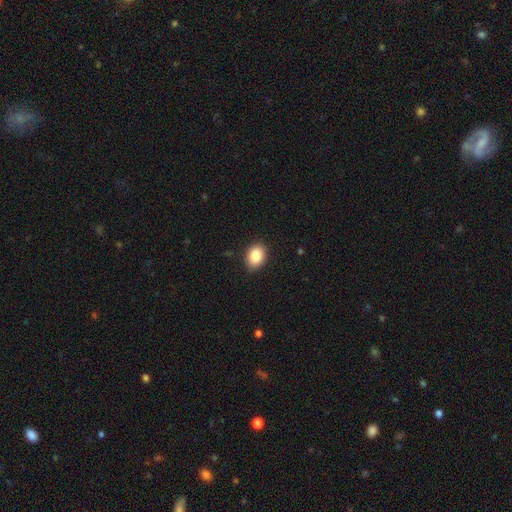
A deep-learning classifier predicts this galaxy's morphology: Smooth or featured? Predicted: smooth (p=0.86). How rounded? Predicted: in between (p=0.69). Merging? Predicted: none (p=0.88).